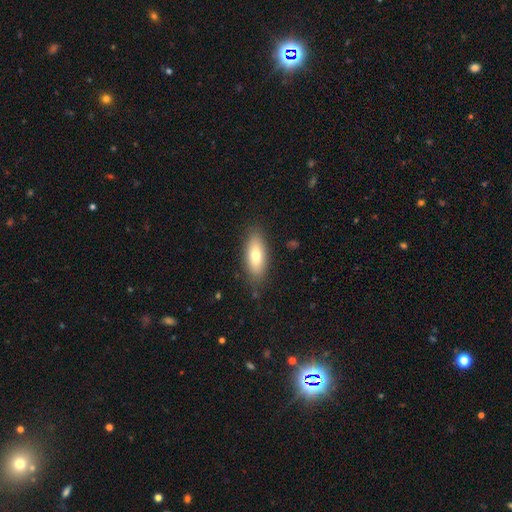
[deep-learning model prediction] A smooth galaxy with no disk features (72%) that is in between round and cigar-shaped (74%). Merging: none (85%).